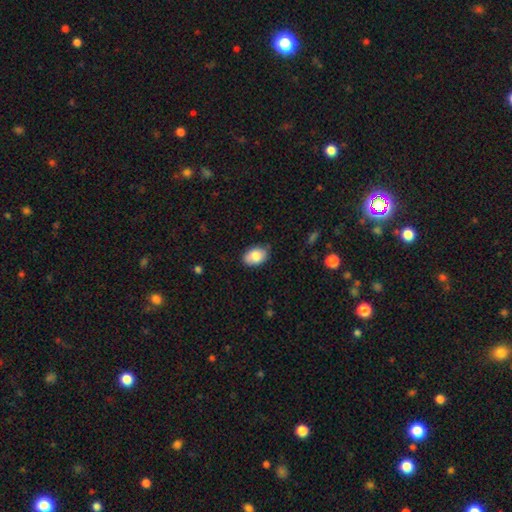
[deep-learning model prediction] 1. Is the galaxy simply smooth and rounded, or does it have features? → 81% smooth, 12% featured or disk, 7% star or artifact.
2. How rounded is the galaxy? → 85% in between, 14% round, 1% cigar-shaped.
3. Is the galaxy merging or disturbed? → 80% none, 17% minor disturbance, 3% major disturbance, 1% merger.